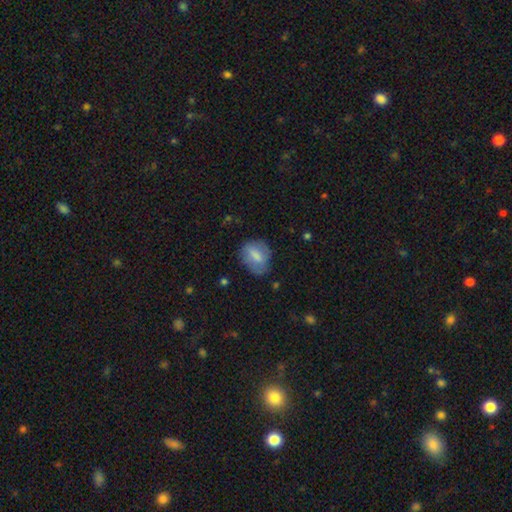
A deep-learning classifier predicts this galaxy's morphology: Smooth or featured: smooth — 67% (featured or disk — 25%)
How rounded: in between — 65% (round — 33%)
Merging: none — 64% (minor disturbance — 24%)